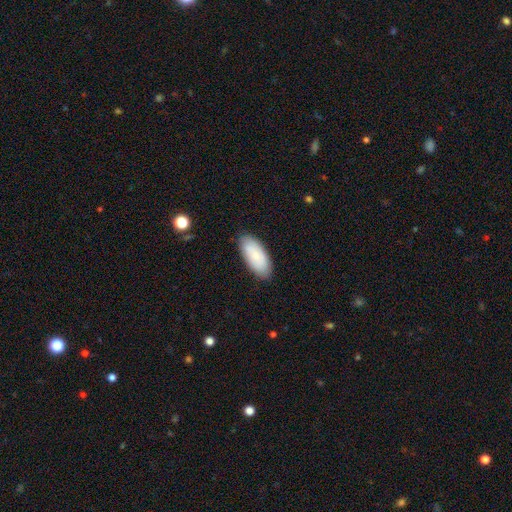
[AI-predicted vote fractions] This appears to be a smooth galaxy with no disk features (79%) that is in between round and cigar-shaped (89%). Merging: none (85%).